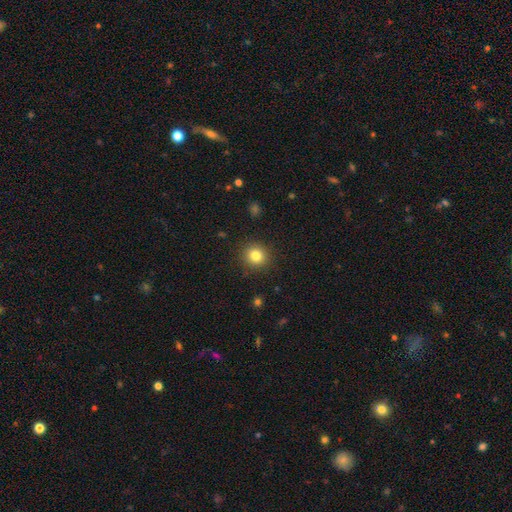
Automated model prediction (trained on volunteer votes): Overall: smooth (81%). How rounded: round (90%). Merging: none (90%).